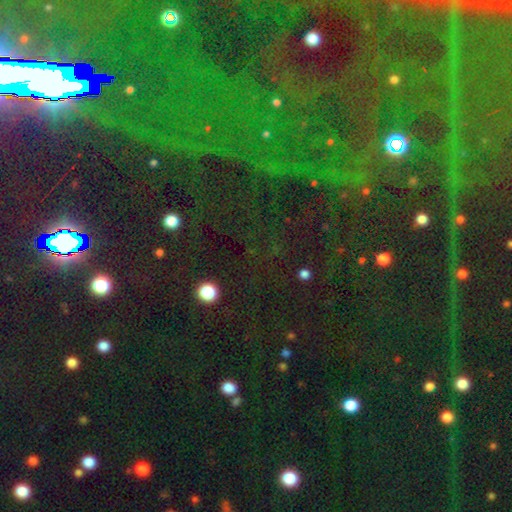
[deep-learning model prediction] This appears to be a star or artifact, not a galaxy (83%).